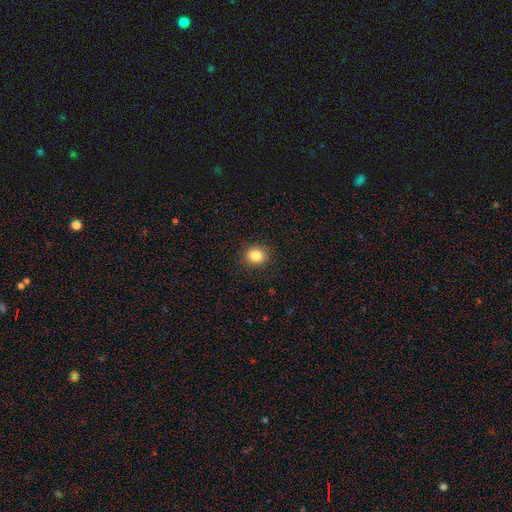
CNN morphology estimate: A smooth galaxy with no disk features (85%) that is round (72%).

Vote fractions:
- Smooth or featured? smooth: 85% / star or artifact: 10% / featured or disk: 5%
- How rounded? round: 72% / in between: 27% / cigar-shaped: 1%
- Merging? none: 90% / minor disturbance: 7% / major disturbance: 2% / merger: 1%